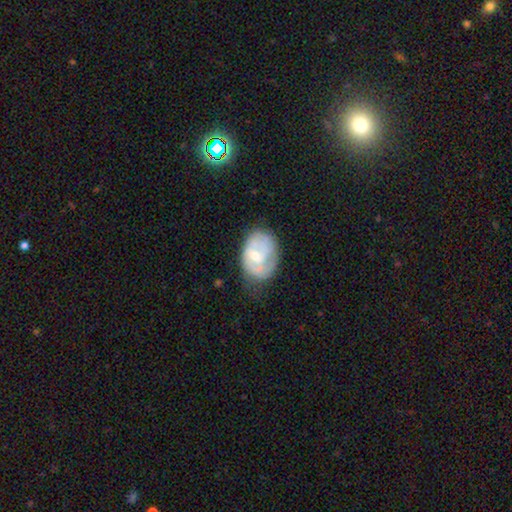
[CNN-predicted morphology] type=featured or disk (55%); edge-on=no (96%); bar=no (54%); spiral arms=yes (60%); bulge=small (47%); merging=none (52%).